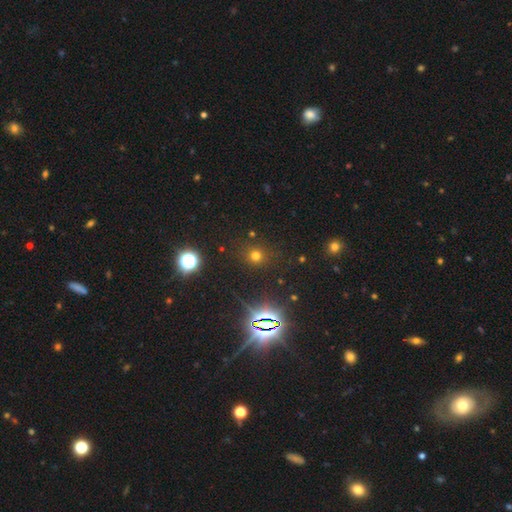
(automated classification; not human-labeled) Q: Smooth or featured?
A: smooth (63%); runner-up: star or artifact (30%)
Q: How rounded?
A: round (91%); runner-up: in between (8%)
Q: Merging?
A: none (86%); runner-up: minor disturbance (8%)